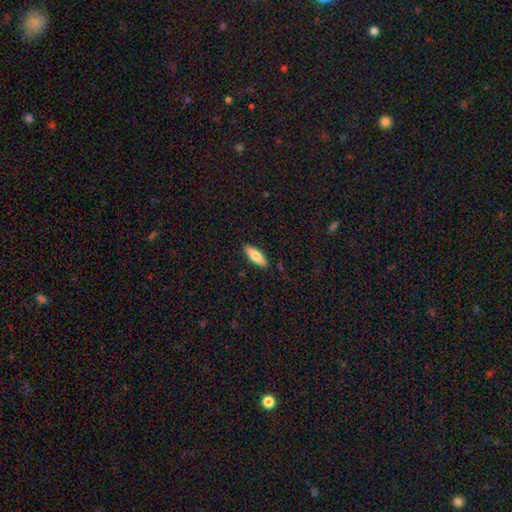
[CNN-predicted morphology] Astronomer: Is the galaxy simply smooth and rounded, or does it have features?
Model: smooth — 75%.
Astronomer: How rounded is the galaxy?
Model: in between — 53% (runner-up: cigar-shaped, 45%).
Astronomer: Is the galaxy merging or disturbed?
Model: none — 87%.